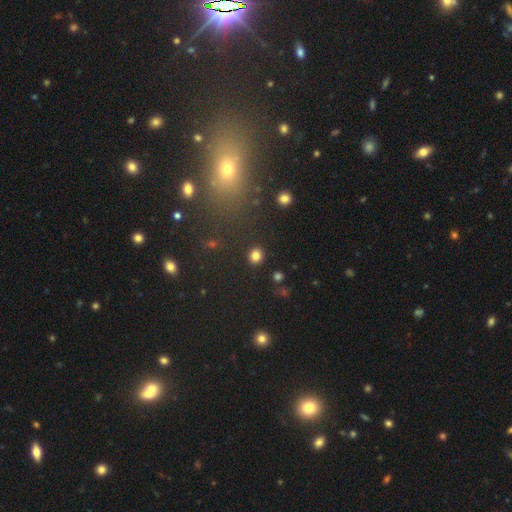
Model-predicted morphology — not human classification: Overall: smooth (83%). How rounded: round (80%). Merging: none (91%).